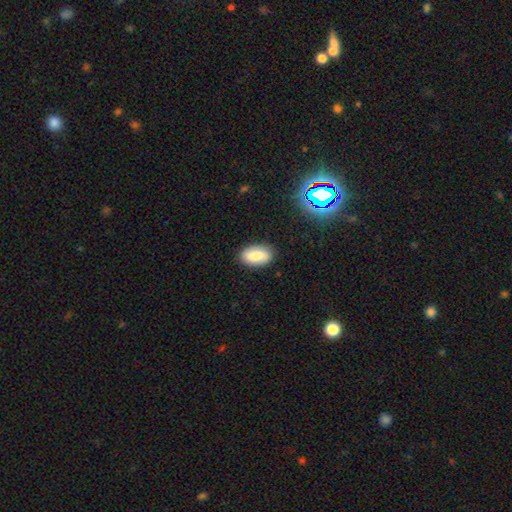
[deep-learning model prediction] The model was most divided on "smooth or featured": smooth: 73%, featured or disk: 19%, star or artifact: 8%. More confident: how rounded — in between (92%); merging — none (86%).